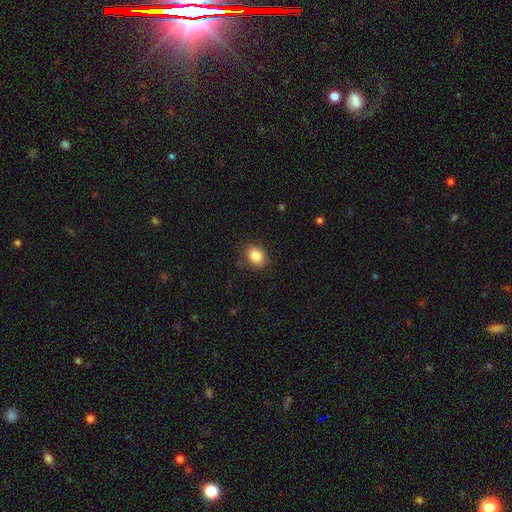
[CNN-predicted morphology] Smooth or featured? Predicted: smooth (p=0.85). How rounded? Predicted: in between (p=0.64). Merging? Predicted: none (p=0.86).